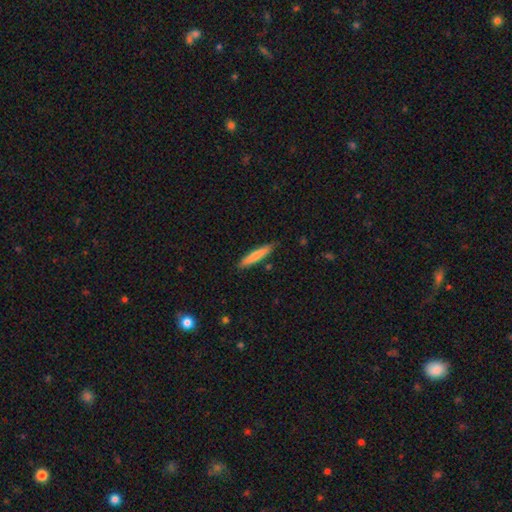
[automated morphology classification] Smooth or featured?
  - smooth: 74% *
  - featured or disk: 21%
  - star or artifact: 6%
How rounded?
  - cigar-shaped: 91% *
  - in between: 7%
  - round: 1%
Merging?
  - none: 86% *
  - minor disturbance: 10%
  - merger: 2%
  - major disturbance: 2%